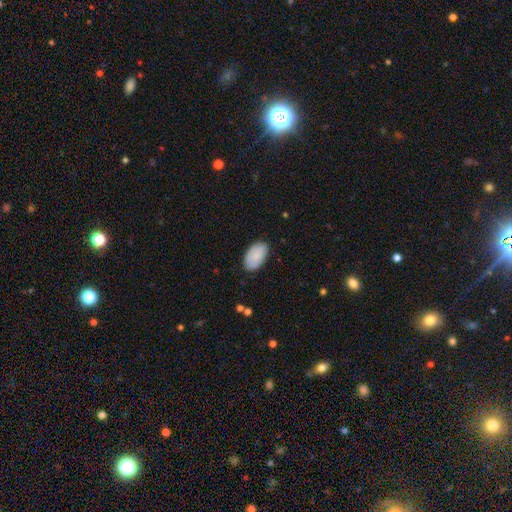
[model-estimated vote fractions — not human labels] Q: Smooth or featured?
A: smooth (87%); runner-up: featured or disk (8%)
Q: How rounded?
A: in between (95%); runner-up: round (4%)
Q: Merging?
A: none (84%); runner-up: minor disturbance (12%)